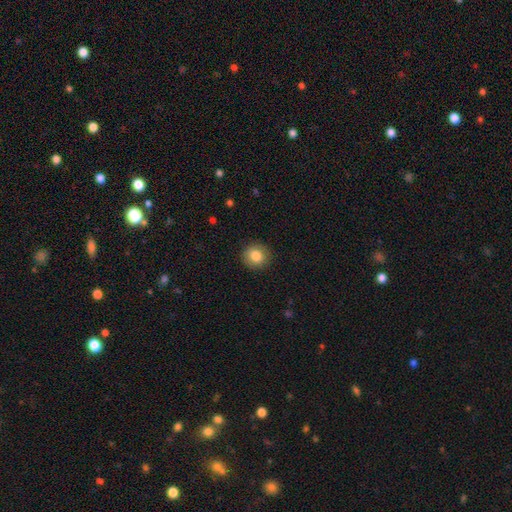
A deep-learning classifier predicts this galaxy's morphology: The model was most divided on "smooth or featured": smooth: 85%, star or artifact: 9%, featured or disk: 7%. More confident: merging — none (89%); how rounded — round (88%).